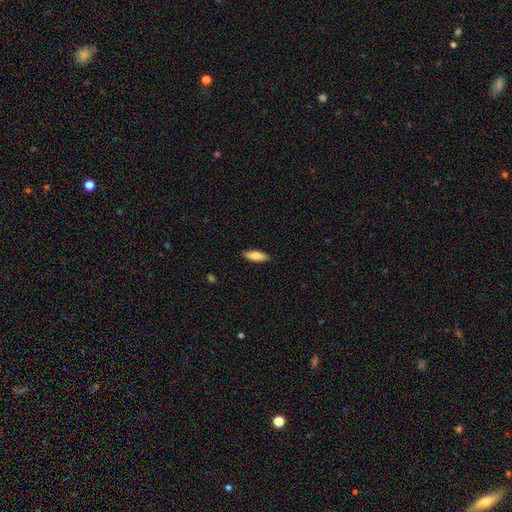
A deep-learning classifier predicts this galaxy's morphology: Overall: smooth (83%). How rounded: in between (63%; cigar-shaped 35%). Merging: none (88%).